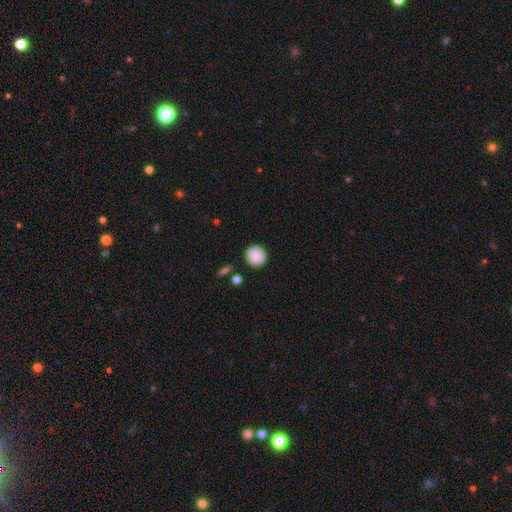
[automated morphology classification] Smooth or featured?
  - smooth: 87% *
  - star or artifact: 7%
  - featured or disk: 5%
How rounded?
  - round: 95% *
  - in between: 4%
  - cigar-shaped: 1%
Merging?
  - none: 89% *
  - minor disturbance: 7%
  - major disturbance: 2%
  - merger: 2%